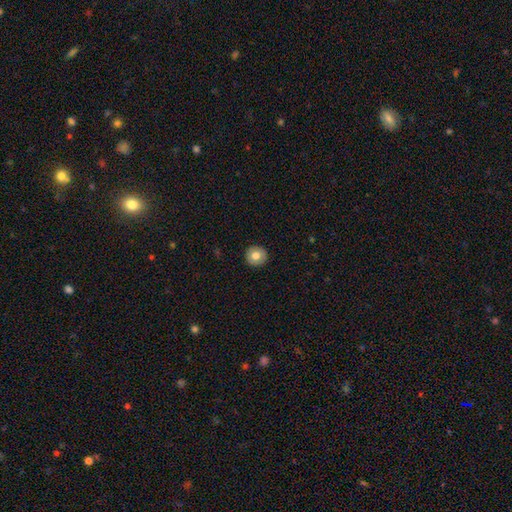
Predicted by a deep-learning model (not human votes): This is likely a smooth galaxy (77%). How rounded: clearly round (95%). Merging: clearly none (92%).